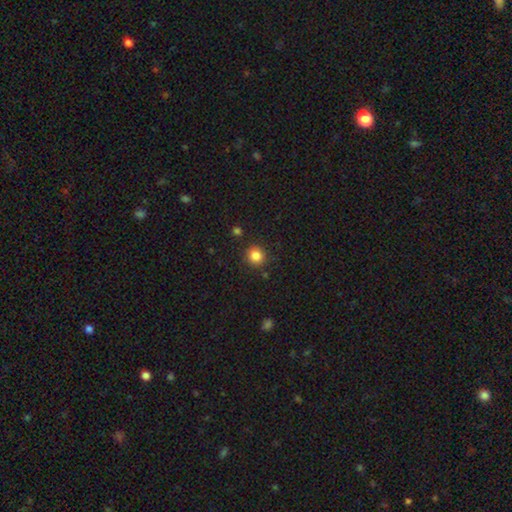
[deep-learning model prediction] A smooth galaxy with no disk features (84%) that is round (92%). Merging: none (89%).